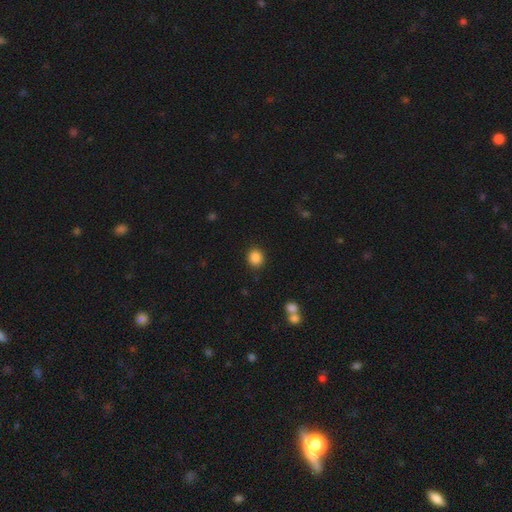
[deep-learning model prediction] The model was most divided on "how rounded": round: 78%, in between: 21%, cigar-shaped: 1%. More confident: merging — none (89%); smooth or featured — smooth (87%).